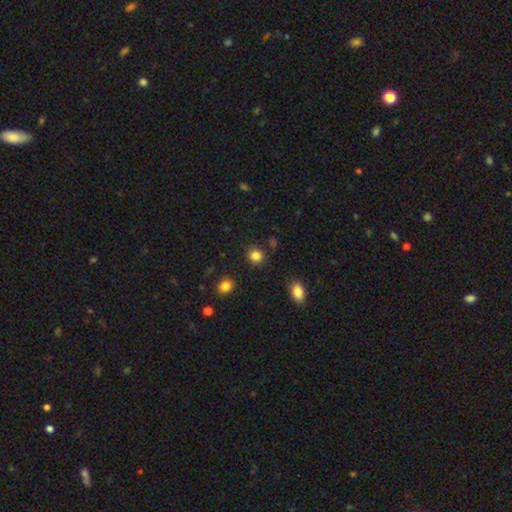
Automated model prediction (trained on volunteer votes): smooth_or_featured: smooth (p=0.85) [alt: star or artifact p=0.11]
how_rounded: round (p=0.88) [alt: in between p=0.11]
merging: none (p=0.89) [alt: minor disturbance p=0.07]